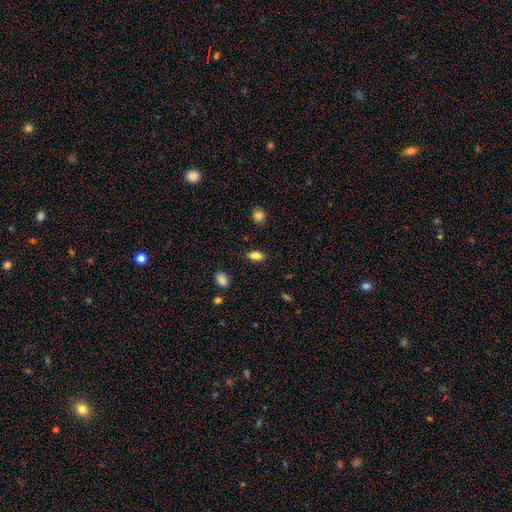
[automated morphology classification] type=smooth (84%); roundness=in between (87%); merging=none (87%).